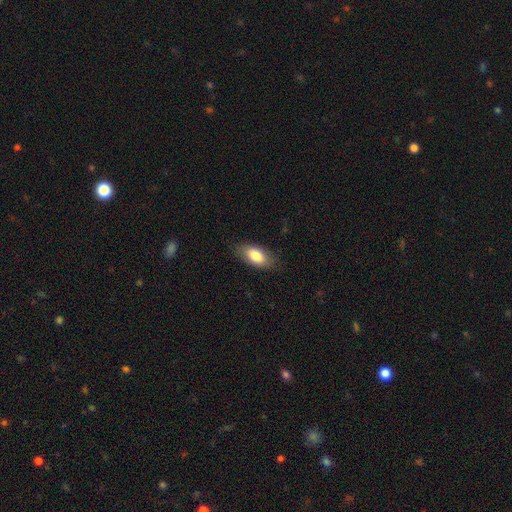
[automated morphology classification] Smooth or featured?
  - smooth: 82% *
  - featured or disk: 12%
  - star or artifact: 6%
How rounded?
  - in between: 91% *
  - cigar-shaped: 6%
  - round: 3%
Merging?
  - none: 81% *
  - minor disturbance: 15%
  - major disturbance: 4%
  - merger: 1%